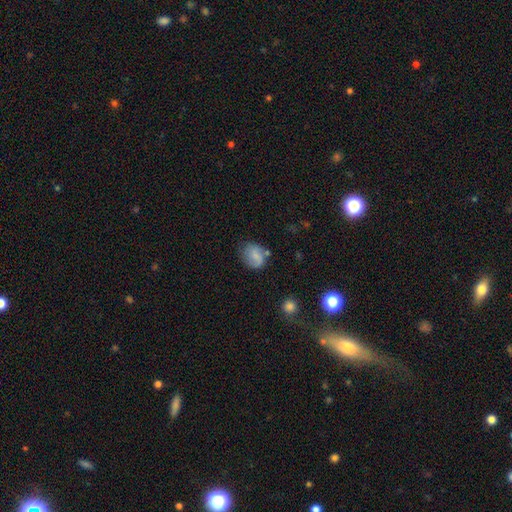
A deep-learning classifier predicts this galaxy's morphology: A smooth galaxy with no disk features (69%) that is round (52%). Merging: none (57%).